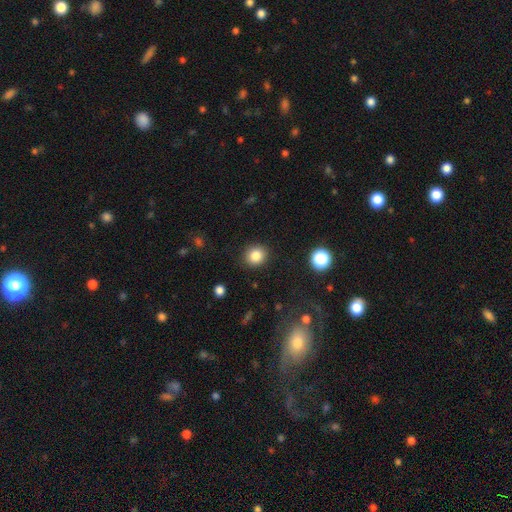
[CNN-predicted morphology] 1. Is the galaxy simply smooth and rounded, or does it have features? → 83% smooth, 11% star or artifact, 6% featured or disk.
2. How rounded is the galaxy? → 80% round, 19% in between, 1% cigar-shaped.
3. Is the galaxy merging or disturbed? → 90% none, 7% minor disturbance, 2% major disturbance, 1% merger.